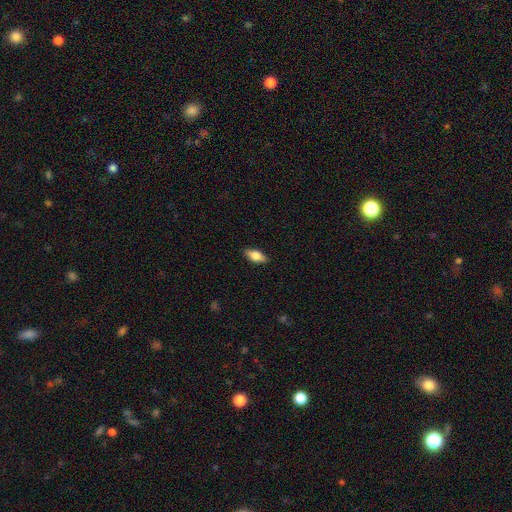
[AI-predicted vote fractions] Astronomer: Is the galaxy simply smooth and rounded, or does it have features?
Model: smooth — 73%.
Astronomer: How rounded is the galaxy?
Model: in between — 83%.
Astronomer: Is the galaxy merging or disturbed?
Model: none — 88%.